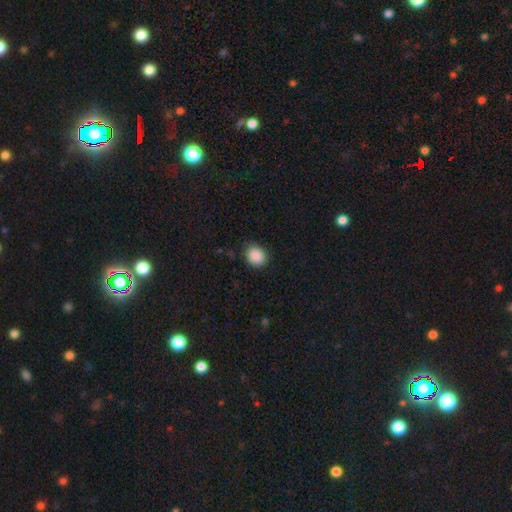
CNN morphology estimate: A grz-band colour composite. It shows a smooth galaxy with no disk features (88%) that is round (66%). Merging: none (85%).